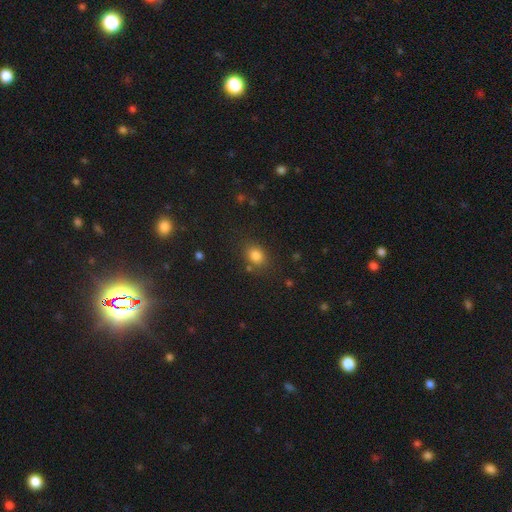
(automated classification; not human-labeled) Morphology: type=smooth (82%); roundness=in between (52%); merging=none (78%).